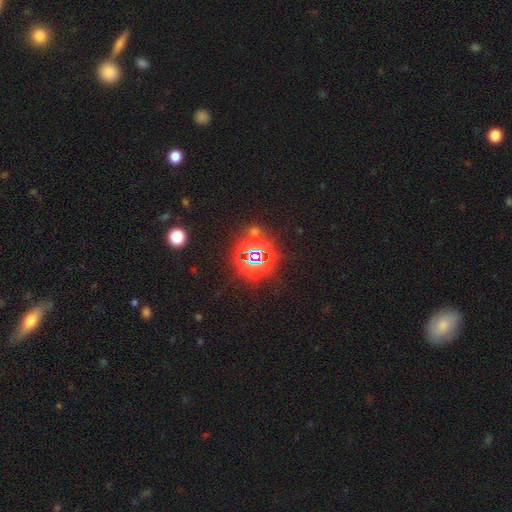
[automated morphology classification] This is likely a star or artifact rather than a galaxy (78%).